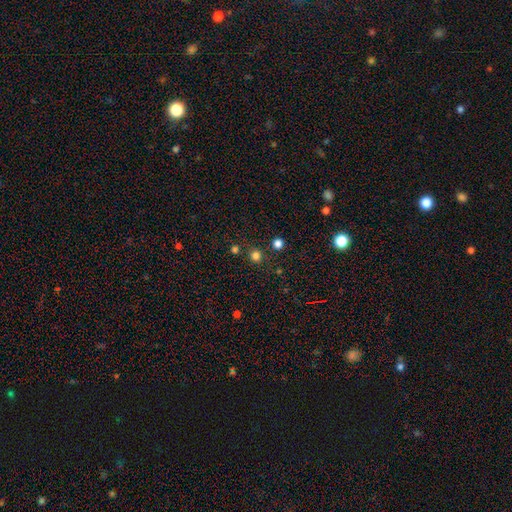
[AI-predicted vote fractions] smooth_or_featured: smooth (p=0.77) [alt: star or artifact p=0.19]
how_rounded: round (p=0.92) [alt: in between p=0.07]
merging: none (p=0.84) [alt: minor disturbance p=0.07]